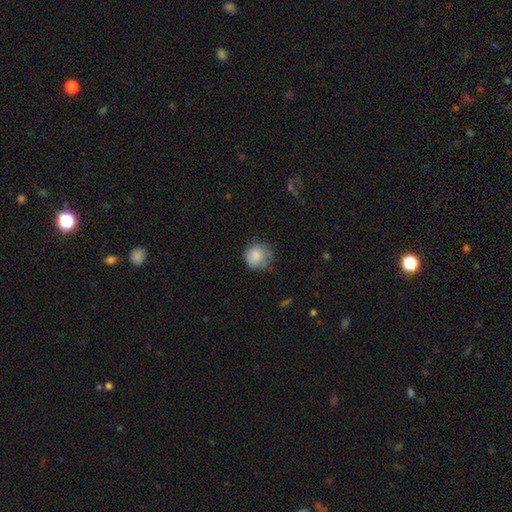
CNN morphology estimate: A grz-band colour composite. It shows a smooth galaxy with no disk features (81%) that is round (87%). Merging: none (62%).